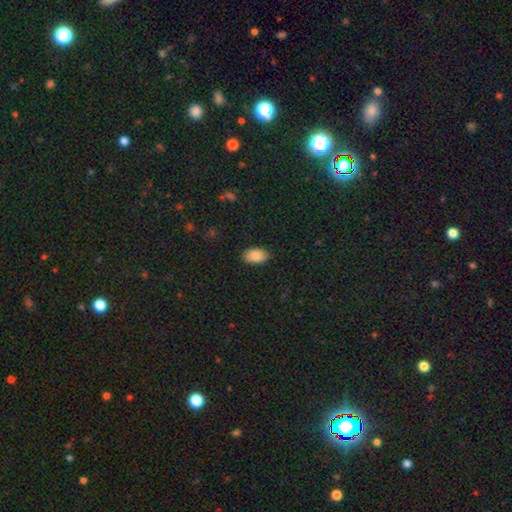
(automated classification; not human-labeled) smooth_or_featured: smooth (p=0.87) [alt: star or artifact p=0.07]
how_rounded: in between (p=0.92) [alt: round p=0.07]
merging: none (p=0.86) [alt: minor disturbance p=0.11]